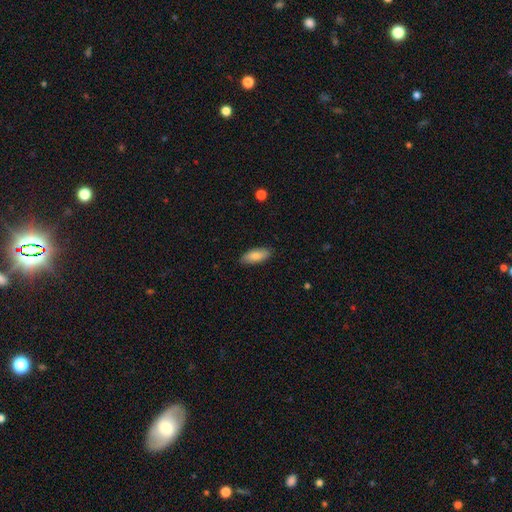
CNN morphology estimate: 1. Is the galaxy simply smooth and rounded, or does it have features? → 81% smooth, 13% featured or disk, 6% star or artifact.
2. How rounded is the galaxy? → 83% in between, 15% cigar-shaped, 2% round.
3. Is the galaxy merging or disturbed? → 86% none, 11% minor disturbance, 2% major disturbance, 1% merger.